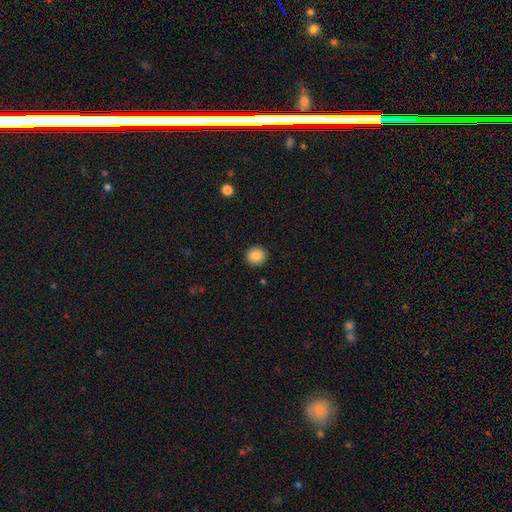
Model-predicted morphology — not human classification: This appears to be a smooth galaxy with no disk features (87%) that is round (90%). Merging: none (92%).